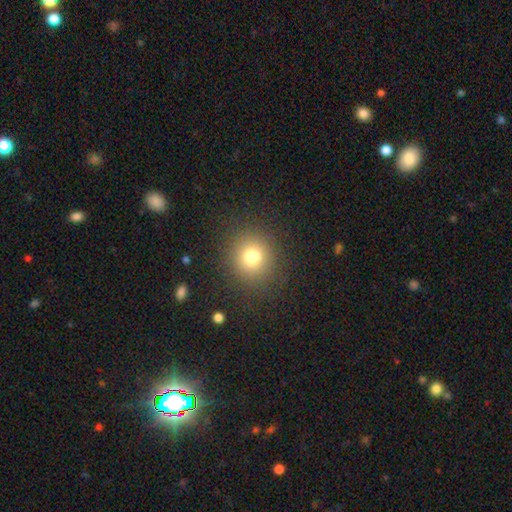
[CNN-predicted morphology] Smooth or featured?
  - smooth: 74% *
  - star or artifact: 16%
  - featured or disk: 9%
How rounded?
  - round: 88% *
  - in between: 11%
  - cigar-shaped: 1%
Merging?
  - none: 86% *
  - minor disturbance: 8%
  - major disturbance: 4%
  - merger: 2%